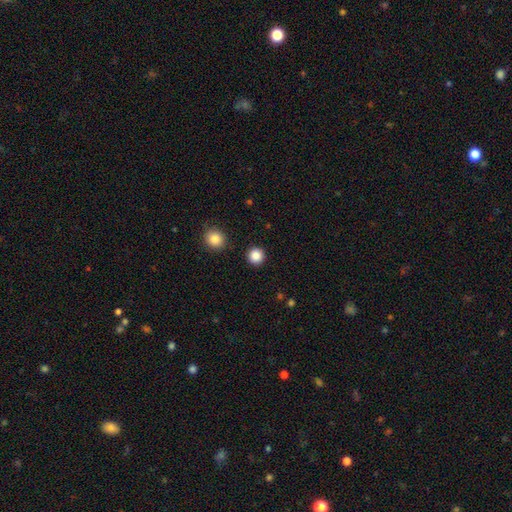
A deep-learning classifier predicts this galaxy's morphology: Q: Smooth or featured?
A: smooth (87%); runner-up: star or artifact (10%)
Q: How rounded?
A: round (95%); runner-up: in between (4%)
Q: Merging?
A: none (91%); runner-up: minor disturbance (5%)